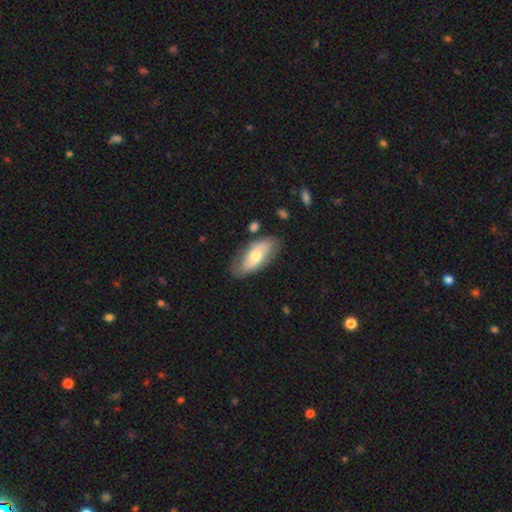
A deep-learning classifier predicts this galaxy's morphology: smooth 52%, featured or disk 42%, star or artifact 6%. Down the decision tree: how rounded — in between (87%); merging — none (74%).